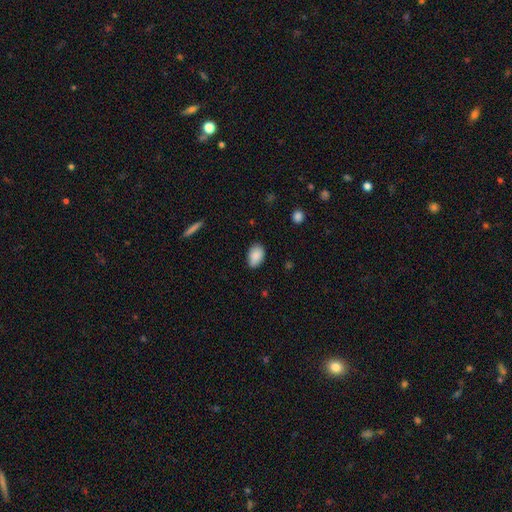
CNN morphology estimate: smooth 89%, star or artifact 7%, featured or disk 4%. Down the decision tree: how rounded — in between (88%); merging — none (79%).